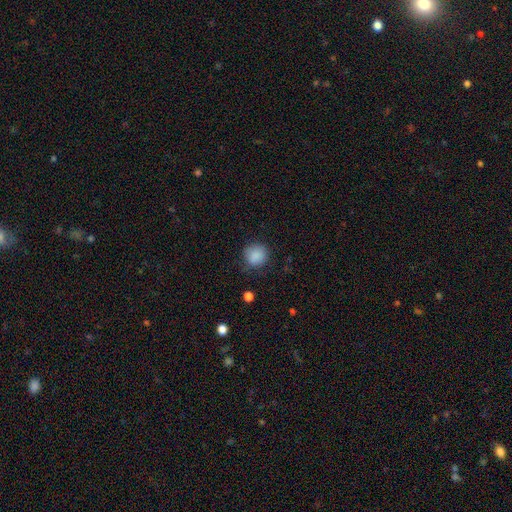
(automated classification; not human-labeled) A smooth galaxy with no disk features (87%) that is round (86%). Merging: none (78%).